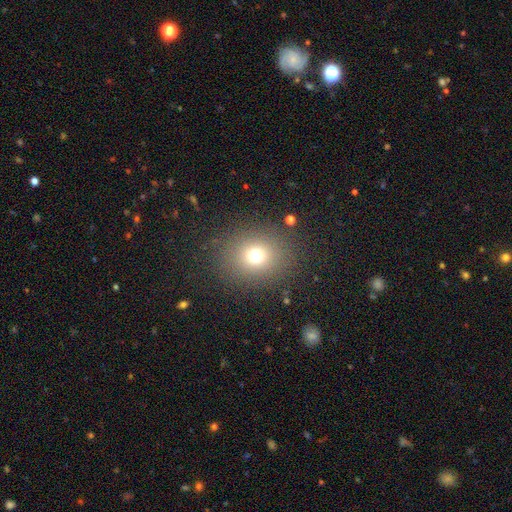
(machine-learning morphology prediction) Q: Smooth or featured?
A: smooth (71%); runner-up: star or artifact (19%)
Q: How rounded?
A: round (73%); runner-up: in between (26%)
Q: Merging?
A: none (85%); runner-up: minor disturbance (8%)